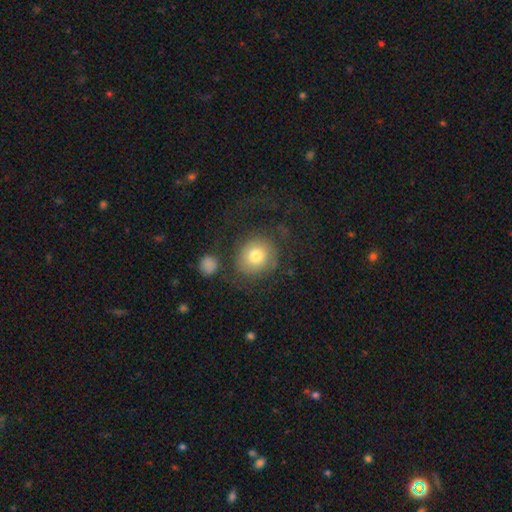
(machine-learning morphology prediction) The model was most divided on "merging": none: 67%, minor disturbance: 15%, major disturbance: 14%, merger: 4%. More confident: how rounded — round (84%); smooth or featured — smooth (72%).